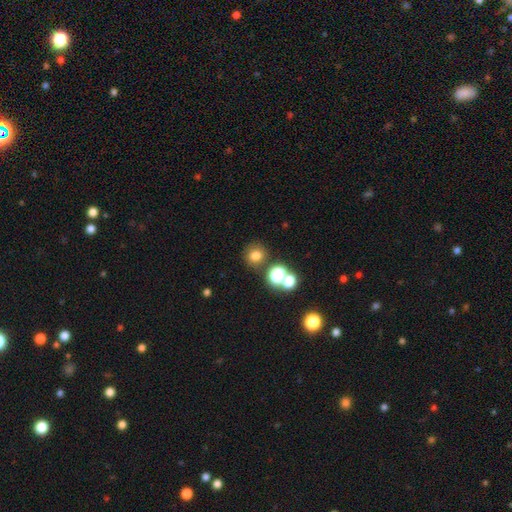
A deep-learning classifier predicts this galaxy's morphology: Q: Smooth or featured?
A: smooth (73%); runner-up: star or artifact (18%)
Q: How rounded?
A: round (89%); runner-up: in between (10%)
Q: Merging?
A: none (77%); runner-up: merger (11%)